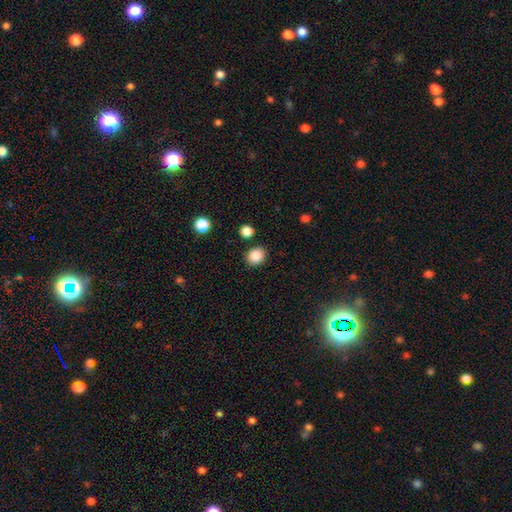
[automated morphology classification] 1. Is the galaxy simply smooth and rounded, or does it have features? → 87% smooth, 10% star or artifact, 3% featured or disk.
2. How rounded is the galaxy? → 69% round, 30% in between, 1% cigar-shaped.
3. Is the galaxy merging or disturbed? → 87% none, 7% minor disturbance, 3% merger, 2% major disturbance.